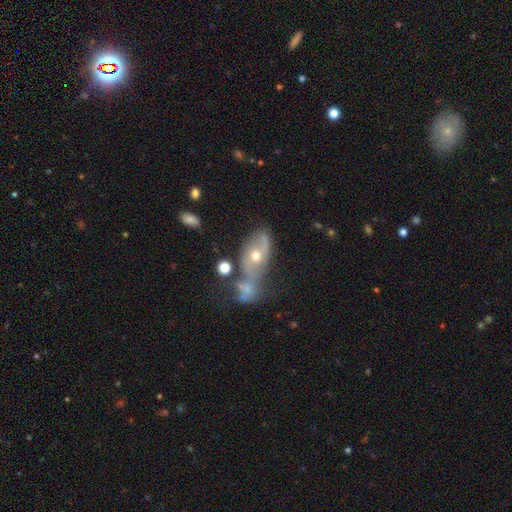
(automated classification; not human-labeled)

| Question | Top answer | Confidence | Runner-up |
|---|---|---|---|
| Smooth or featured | featured or disk | 62% | smooth (27%) |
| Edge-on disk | no | 88% | yes (12%) |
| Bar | no | 78% | weak (16%) |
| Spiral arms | yes | 54% | no (46%) |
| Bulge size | moderate | 66% | small (27%) |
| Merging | merger | 39% | none (32%) |